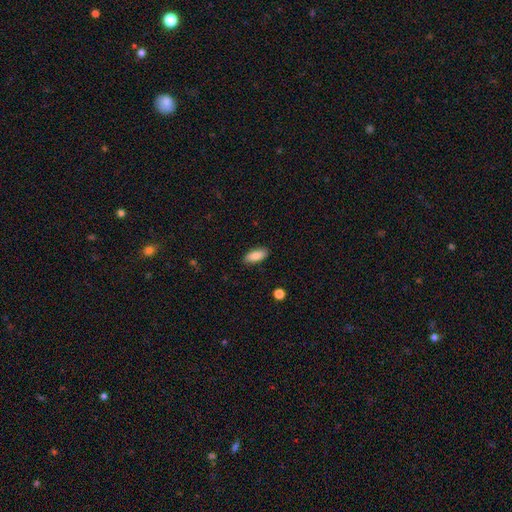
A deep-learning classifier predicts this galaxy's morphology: Smooth or featured? Predicted: smooth (p=0.83). How rounded? Predicted: in between (p=0.83). Merging? Predicted: none (p=0.88).